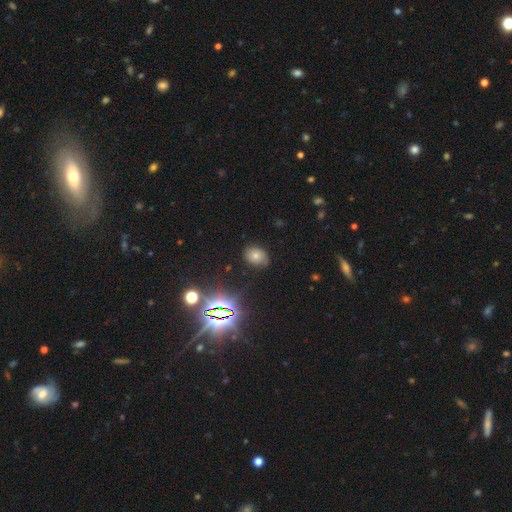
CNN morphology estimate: smooth_or_featured: smooth (p=0.45) [alt: star or artifact p=0.39]
merging: none (p=0.80) [alt: minor disturbance p=0.15]